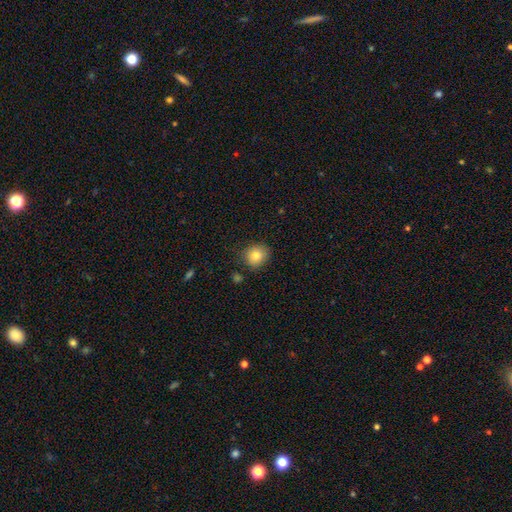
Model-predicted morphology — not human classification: Smooth or featured? smooth (81%)
How rounded? round (82%)
Merging? none (82%)